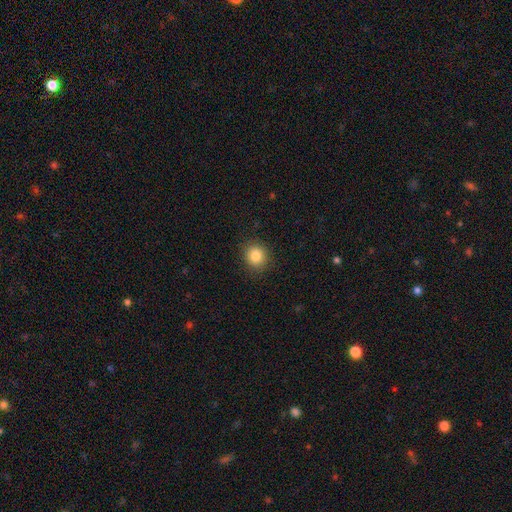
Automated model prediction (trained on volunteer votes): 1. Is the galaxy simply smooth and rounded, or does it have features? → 84% smooth, 10% star or artifact, 6% featured or disk.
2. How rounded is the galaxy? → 84% round, 15% in between, 1% cigar-shaped.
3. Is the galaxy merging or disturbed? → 89% none, 7% minor disturbance, 2% major disturbance, 1% merger.